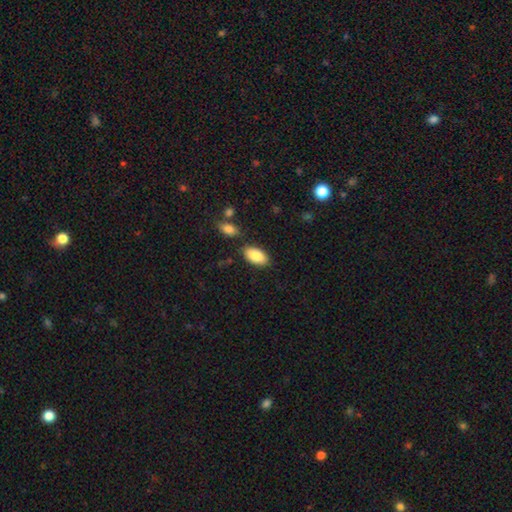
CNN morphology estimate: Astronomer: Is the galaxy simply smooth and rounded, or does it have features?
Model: smooth — 86%.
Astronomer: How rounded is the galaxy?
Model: in between — 94%.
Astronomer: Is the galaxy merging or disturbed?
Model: none — 83%.